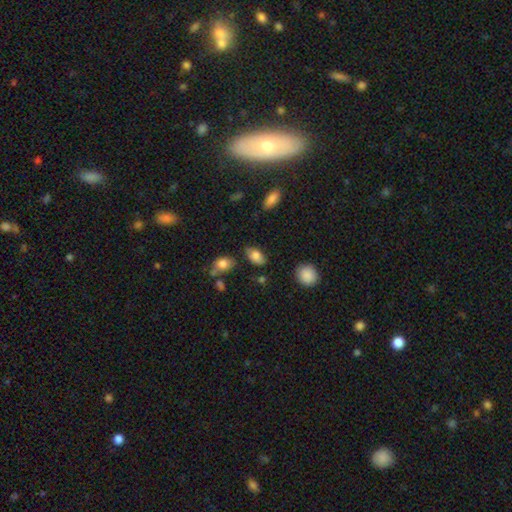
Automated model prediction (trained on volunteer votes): This appears to be a smooth galaxy with no disk features (80%) that is in between round and cigar-shaped (90%). Merging: none (71%).